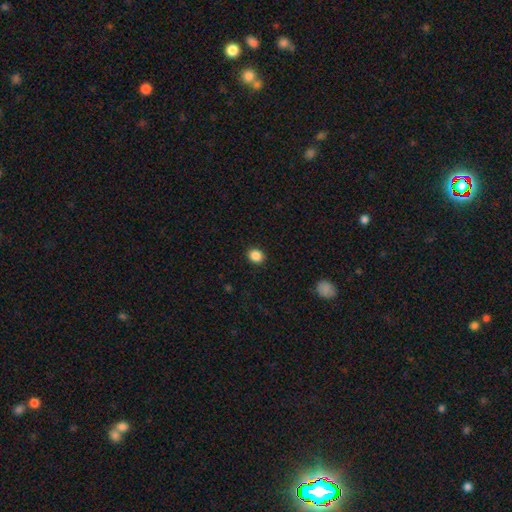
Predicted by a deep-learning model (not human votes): smooth-or-featured: smooth: 88% | star or artifact: 9% | featured or disk: 3%
  how-rounded: round: 63% | in between: 36% | cigar-shaped: 1%
  merging: none: 91% | minor disturbance: 6% | major disturbance: 2% | merger: 1%